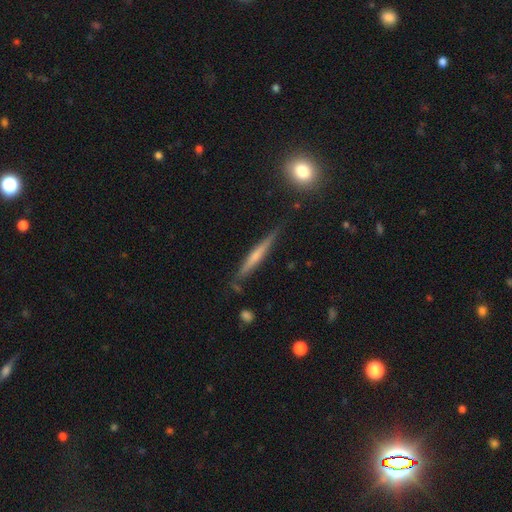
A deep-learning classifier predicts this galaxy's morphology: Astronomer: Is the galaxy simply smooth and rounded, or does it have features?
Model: featured or disk — 53% (runner-up: smooth, 39%).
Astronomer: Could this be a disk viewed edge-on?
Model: yes — 96%.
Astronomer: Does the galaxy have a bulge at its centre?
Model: none — 49% (runner-up: rounded, 41%).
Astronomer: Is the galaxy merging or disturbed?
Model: none — 82%.